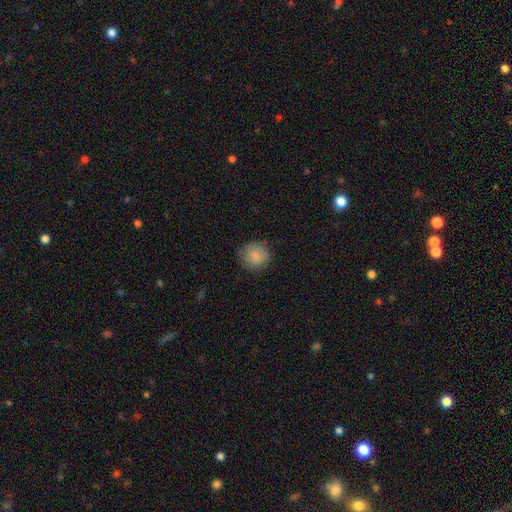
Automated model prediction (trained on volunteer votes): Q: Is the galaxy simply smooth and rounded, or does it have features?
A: smooth — 86%.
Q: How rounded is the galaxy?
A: round — 92%.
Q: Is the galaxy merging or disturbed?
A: none — 82%.